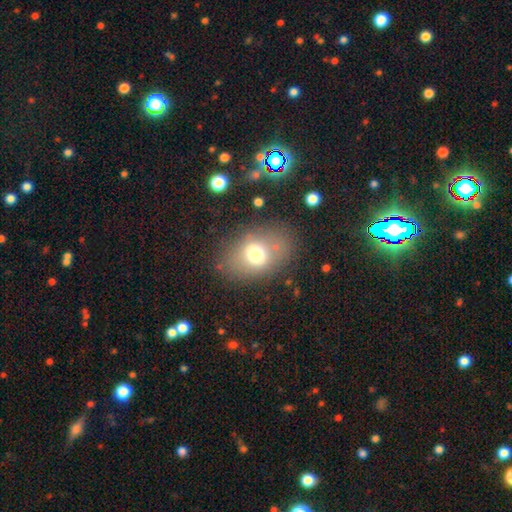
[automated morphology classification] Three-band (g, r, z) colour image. It shows a smooth galaxy with no disk features (69%) that is in between round and cigar-shaped (71%). Merging: none (76%).